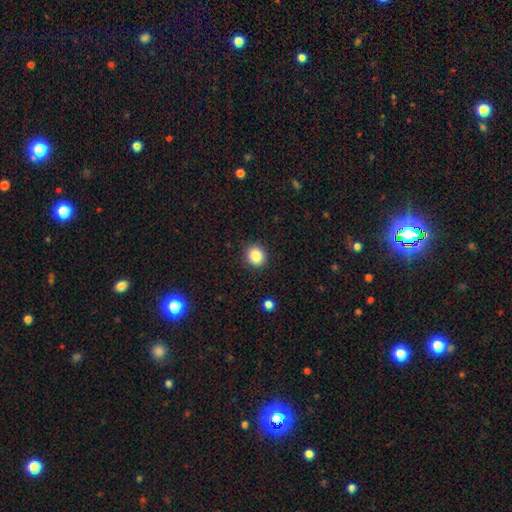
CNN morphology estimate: Smooth or featured? Predicted: smooth (p=0.86). How rounded? Predicted: round (p=0.86). Merging? Predicted: none (p=0.90).